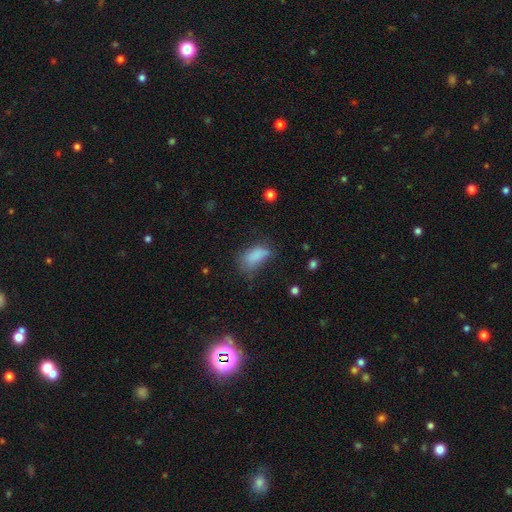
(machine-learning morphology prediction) Overall: smooth (77%). How rounded: in between (88%). Merging: none (35%; minor disturbance 33%).